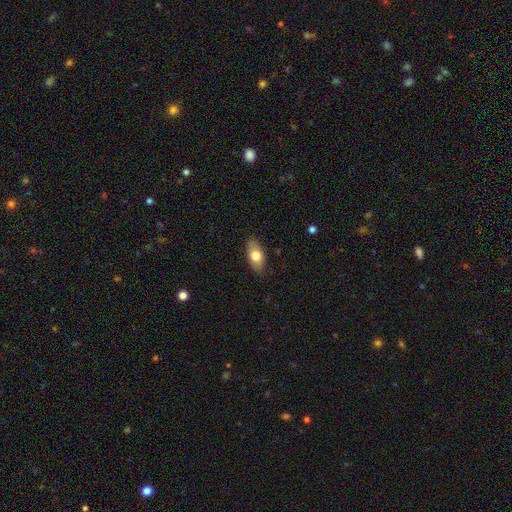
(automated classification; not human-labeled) A smooth galaxy with no disk features (75%) that is in between round and cigar-shaped (88%). Merging: none (85%).